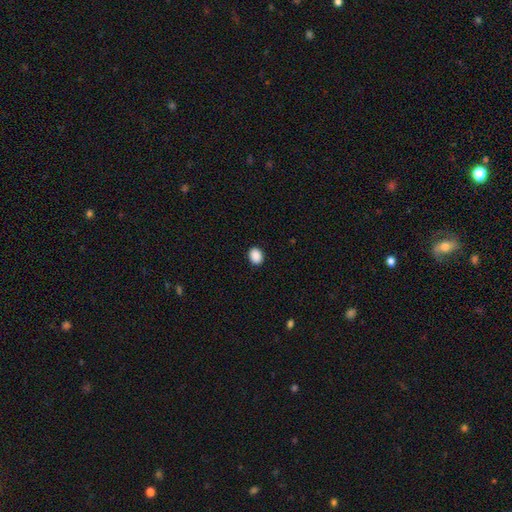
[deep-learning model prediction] smooth 90%, star or artifact 8%, featured or disk 2%. Down the decision tree: how rounded — in between (58%); merging — none (90%).